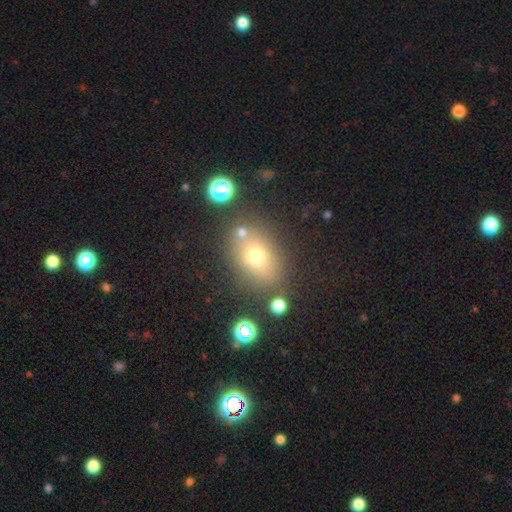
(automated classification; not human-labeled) Morphology: type=smooth (64%); roundness=in between (65%); merging=none (74%).